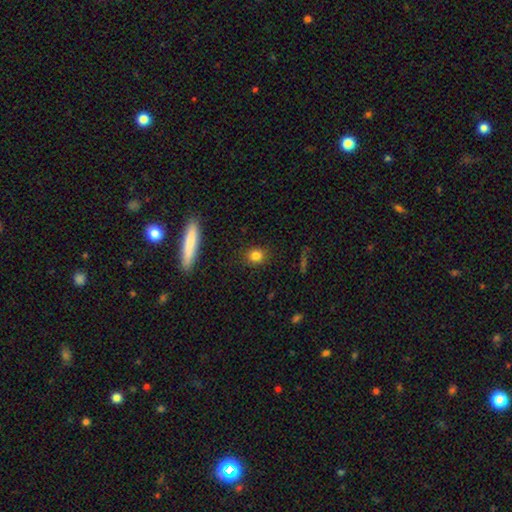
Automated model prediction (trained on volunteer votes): A smooth galaxy with no disk features (83%) that is round (70%).

Vote fractions:
- Smooth or featured? smooth: 83% / star or artifact: 11% / featured or disk: 6%
- How rounded? round: 70% / in between: 27% / cigar-shaped: 3%
- Merging? none: 88% / minor disturbance: 8% / major disturbance: 2% / merger: 2%